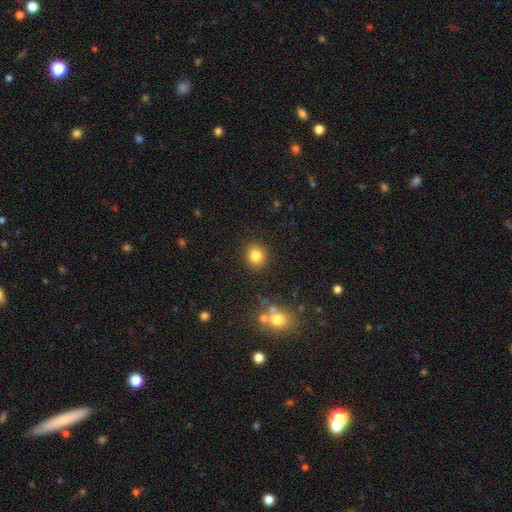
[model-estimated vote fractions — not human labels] smooth_or_featured: smooth (p=0.82) [alt: star or artifact p=0.11]
how_rounded: round (p=0.87) [alt: in between p=0.12]
merging: none (p=0.90) [alt: minor disturbance p=0.06]